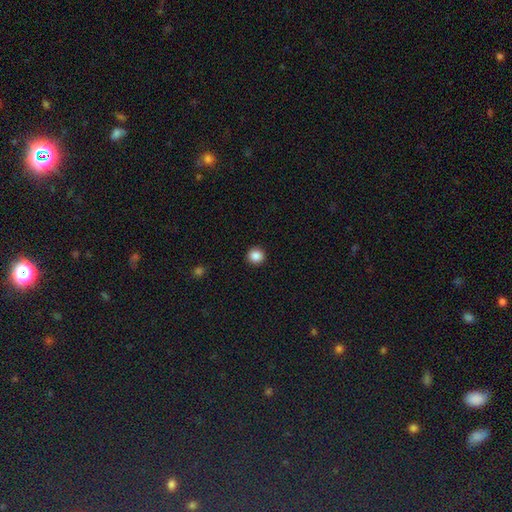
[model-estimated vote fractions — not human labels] Morphology: type=smooth (87%); roundness=round (95%); merging=none (93%).